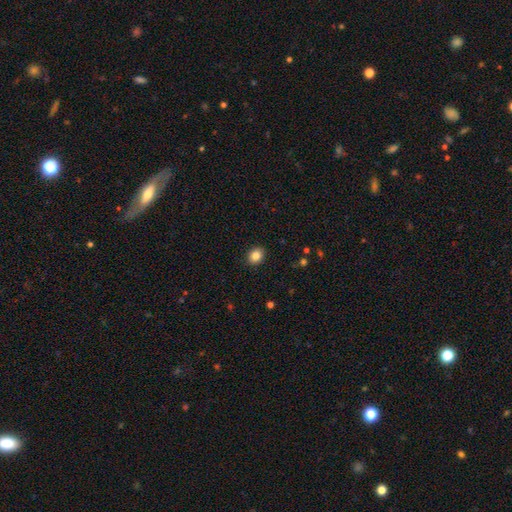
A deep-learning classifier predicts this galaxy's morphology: Overall: smooth (84%). How rounded: round (55%; in between 44%). Merging: none (90%).